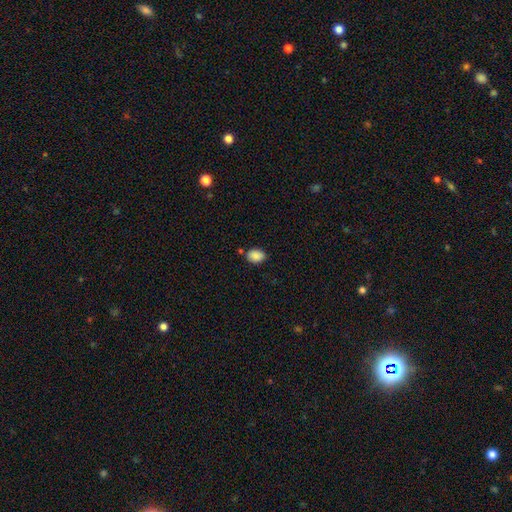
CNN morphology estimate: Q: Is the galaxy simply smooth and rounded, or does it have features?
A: smooth — 88%.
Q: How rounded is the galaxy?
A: in between — 68%.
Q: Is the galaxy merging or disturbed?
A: none — 75%.